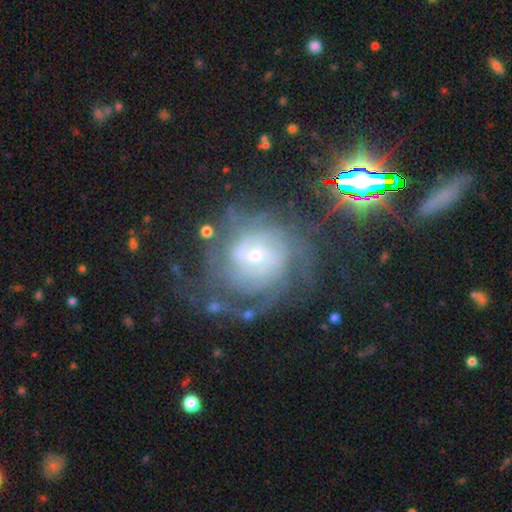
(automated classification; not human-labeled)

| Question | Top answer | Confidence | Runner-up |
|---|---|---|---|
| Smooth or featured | featured or disk | 81% | smooth (9%) |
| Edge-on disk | no | 97% | yes (3%) |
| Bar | no | 61% | weak (31%) |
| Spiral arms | yes | 93% | no (7%) |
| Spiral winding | tight | 66% | medium (26%) |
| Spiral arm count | can't tell | 44% | 2 (14%) |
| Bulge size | small | 68% | moderate (26%) |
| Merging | none | 62% | minor disturbance (17%) |